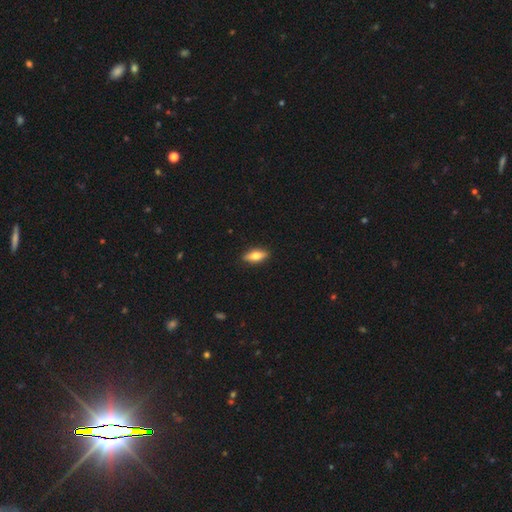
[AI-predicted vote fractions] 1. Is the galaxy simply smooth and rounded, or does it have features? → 71% smooth, 22% featured or disk, 6% star or artifact.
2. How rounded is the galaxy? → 75% in between, 22% cigar-shaped, 3% round.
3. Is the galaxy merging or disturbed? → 89% none, 8% minor disturbance, 2% major disturbance, 1% merger.